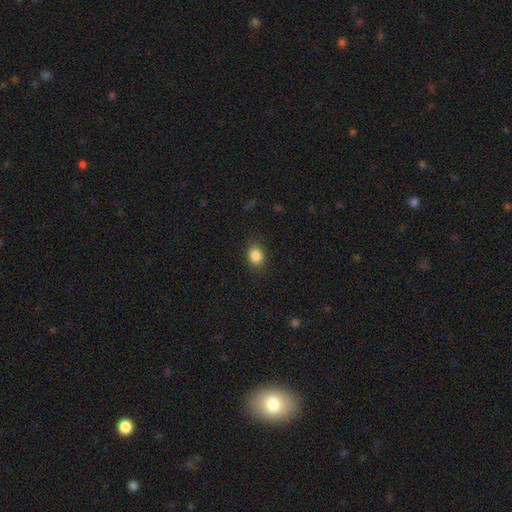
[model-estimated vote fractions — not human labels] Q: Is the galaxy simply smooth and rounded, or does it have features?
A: smooth — 86%.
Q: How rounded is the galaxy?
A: in between — 54%.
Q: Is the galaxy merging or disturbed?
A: none — 87%.